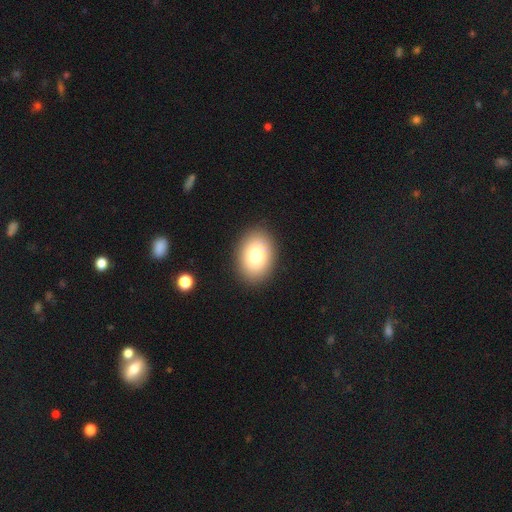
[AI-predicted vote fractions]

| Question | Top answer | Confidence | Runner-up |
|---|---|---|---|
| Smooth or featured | smooth | 82% | featured or disk (10%) |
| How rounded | in between | 81% | round (18%) |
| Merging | none | 89% | minor disturbance (8%) |